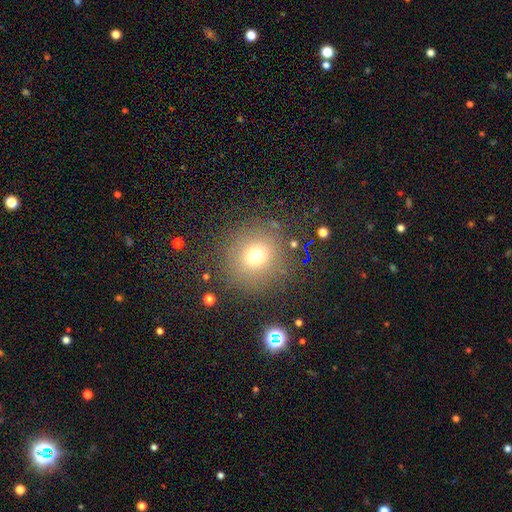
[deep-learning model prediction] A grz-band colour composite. It shows a smooth galaxy with no disk features (69%) that is round (90%). Merging: none (84%).